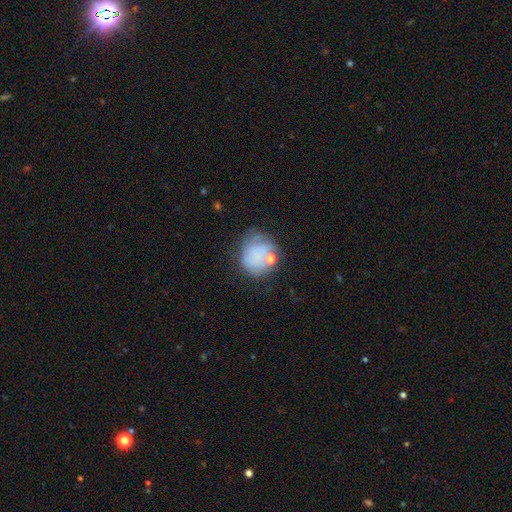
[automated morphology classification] Smooth or featured: smooth — 61% (featured or disk — 28%)
How rounded: round — 80% (in between — 19%)
Merging: none — 49% (minor disturbance — 25%)